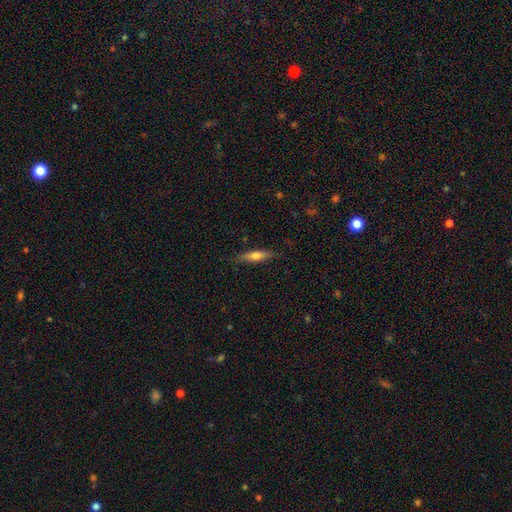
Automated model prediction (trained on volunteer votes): Smooth or featured? Predicted: smooth (p=0.50). Merging? Predicted: none (p=0.84).